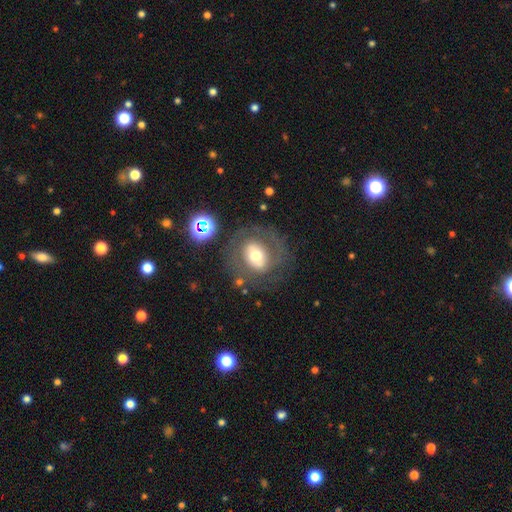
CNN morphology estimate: A featured or disk galaxy (53%) with no bar (51%), no spiral arms (52%) and a moderate central bulge (63%). Merging: none (66%).